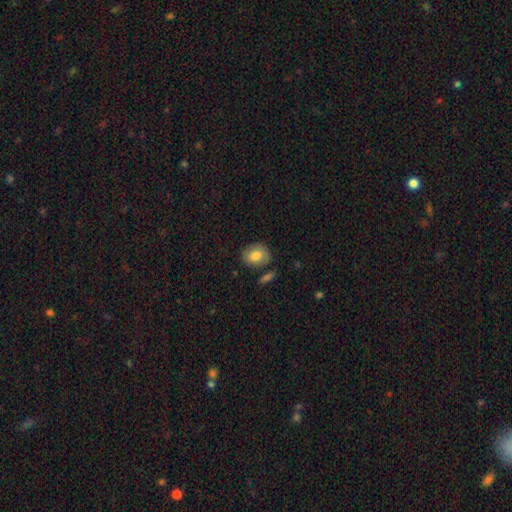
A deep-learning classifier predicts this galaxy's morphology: A smooth galaxy with no disk features (75%) that is round (50%).

Vote fractions:
- Smooth or featured? smooth: 75% / featured or disk: 18% / star or artifact: 7%
- How rounded? round: 50% / in between: 49% / cigar-shaped: 1%
- Merging? none: 74% / minor disturbance: 17% / merger: 5% / major disturbance: 4%